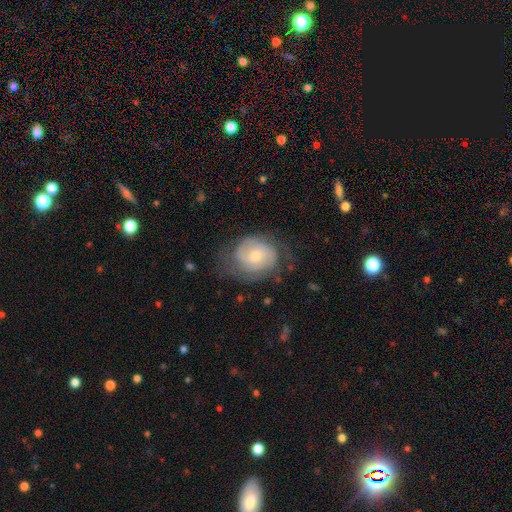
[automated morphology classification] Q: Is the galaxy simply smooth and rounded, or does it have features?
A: featured or disk — 69%.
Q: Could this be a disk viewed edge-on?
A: no — 97%.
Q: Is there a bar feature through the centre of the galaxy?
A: no — 64%.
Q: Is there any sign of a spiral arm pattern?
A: yes — 90%.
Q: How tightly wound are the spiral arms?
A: tight — 52%.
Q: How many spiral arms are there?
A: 2 — 50%.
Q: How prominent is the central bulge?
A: small — 49%.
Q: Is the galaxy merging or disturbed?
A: none — 61%.